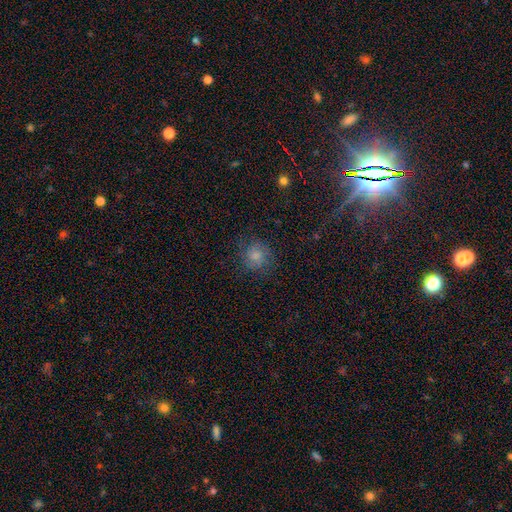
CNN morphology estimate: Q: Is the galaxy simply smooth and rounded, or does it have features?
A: smooth — 53%.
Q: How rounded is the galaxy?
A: round — 87%.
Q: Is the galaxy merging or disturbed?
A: none — 79%.